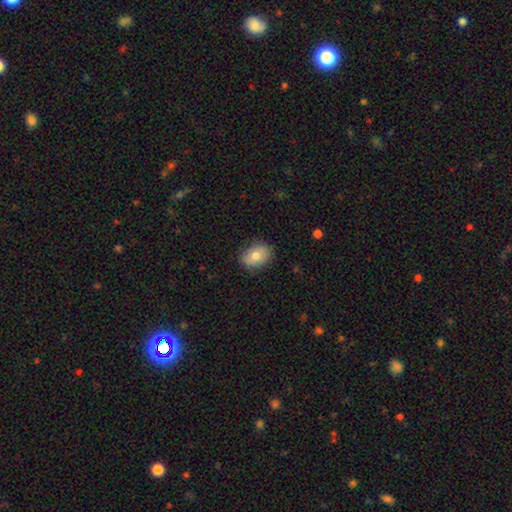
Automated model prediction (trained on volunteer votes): A smooth galaxy with no disk features (78%) that is in between round and cigar-shaped (73%).

Vote fractions:
- Smooth or featured? smooth: 78% / featured or disk: 14% / star or artifact: 8%
- How rounded? in between: 73% / round: 26% / cigar-shaped: 1%
- Merging? none: 83% / minor disturbance: 13% / major disturbance: 3% / merger: 1%